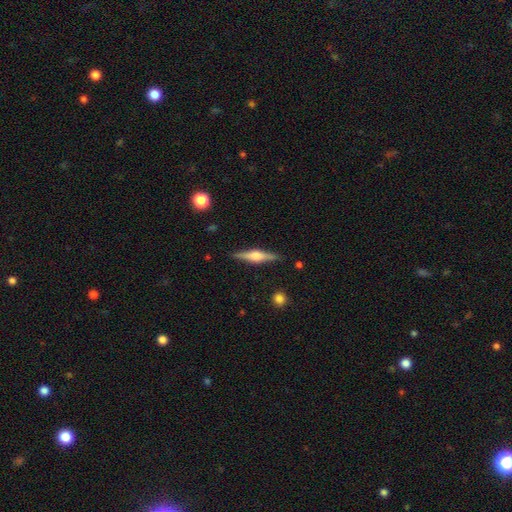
Morphology: type=featured or disk (72%); edge-on=yes (96%); edge-on bulge=rounded (89%); merging=none (95%).